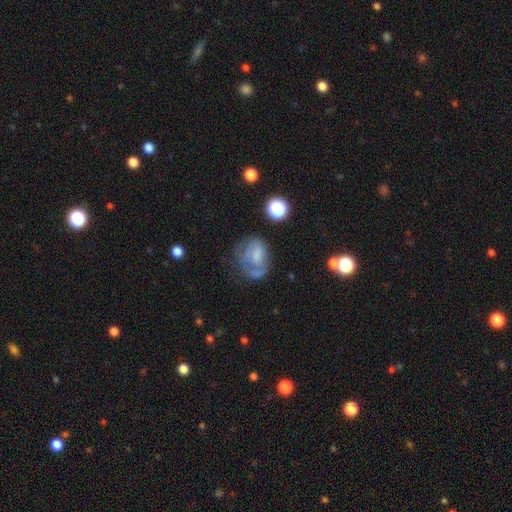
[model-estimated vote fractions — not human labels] A featured or disk galaxy (43%, tied with smooth).

Vote fractions:
- Smooth or featured? featured or disk: 43% (tied) / smooth: 43% (tied) / star or artifact: 14%
- Merging? none: 40% / major disturbance: 29% / minor disturbance: 25% / merger: 7%